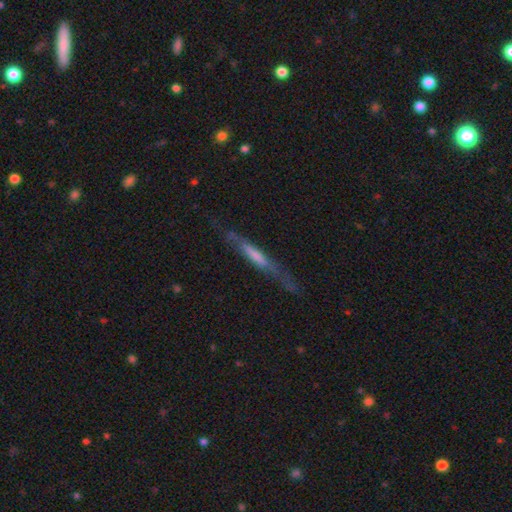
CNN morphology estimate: Smooth or featured? Predicted: featured or disk (p=0.52). Edge-on disk? Predicted: yes (p=0.85). Merging? Predicted: none (p=0.63).